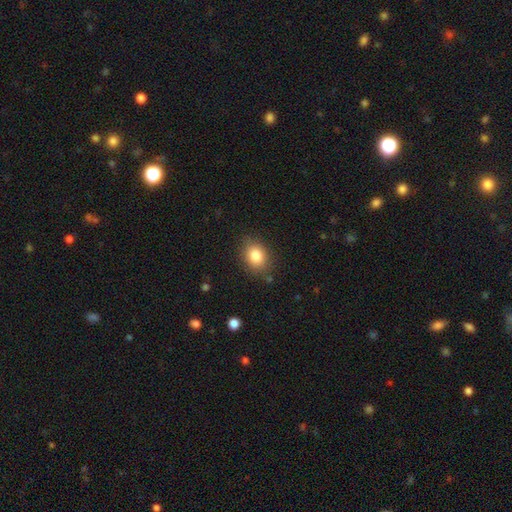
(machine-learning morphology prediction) Smooth or featured: smooth — 83% (star or artifact — 9%)
How rounded: in between — 56% (round — 43%)
Merging: none — 83% (minor disturbance — 12%)